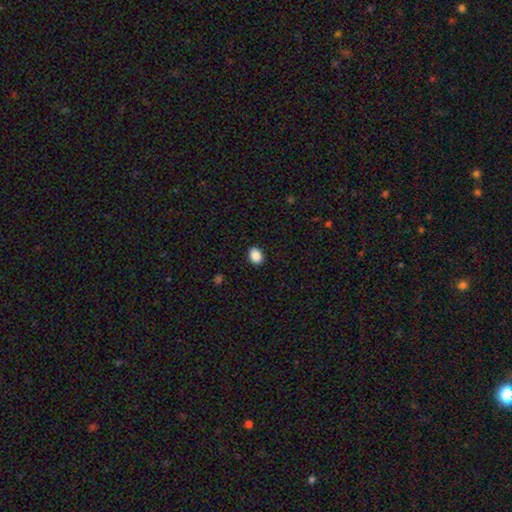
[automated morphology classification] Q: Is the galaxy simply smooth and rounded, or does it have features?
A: smooth — 89%.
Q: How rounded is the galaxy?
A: in between — 71%.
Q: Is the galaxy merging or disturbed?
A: none — 90%.